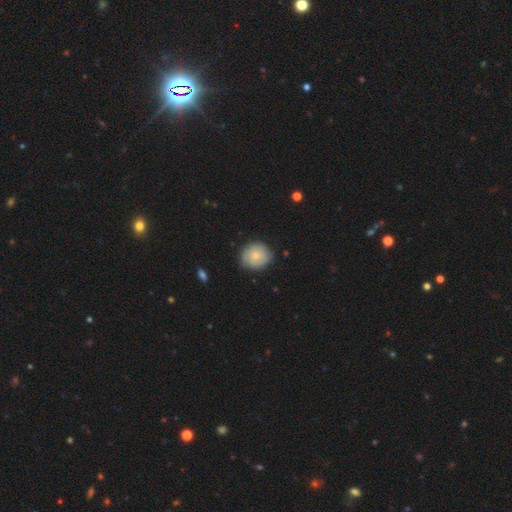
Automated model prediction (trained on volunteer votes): Smooth or featured? smooth (69%)
How rounded? round (81%)
Merging? none (78%)